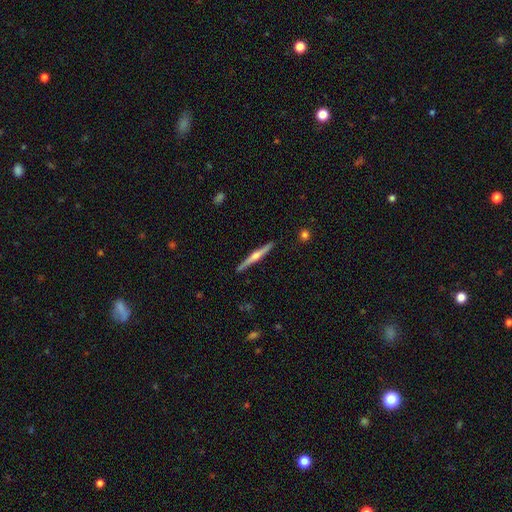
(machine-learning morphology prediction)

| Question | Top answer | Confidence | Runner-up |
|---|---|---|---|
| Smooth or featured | featured or disk | 72% | smooth (22%) |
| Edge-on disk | yes | 98% | no (2%) |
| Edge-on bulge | rounded | 88% | none (7%) |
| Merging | none | 91% | minor disturbance (6%) |